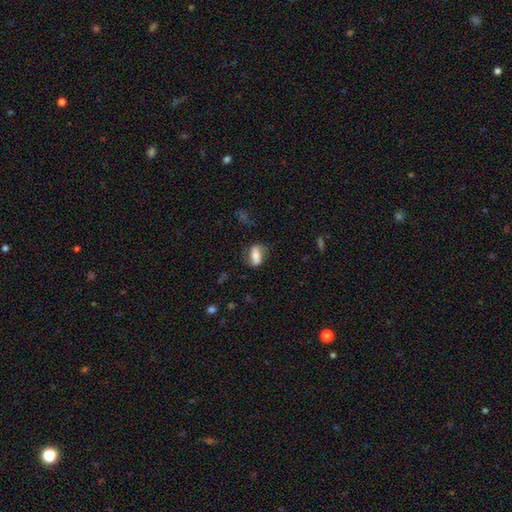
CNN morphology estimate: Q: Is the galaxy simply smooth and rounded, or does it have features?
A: smooth — 64%.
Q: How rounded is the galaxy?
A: in between — 80%.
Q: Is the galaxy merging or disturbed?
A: none — 63%.